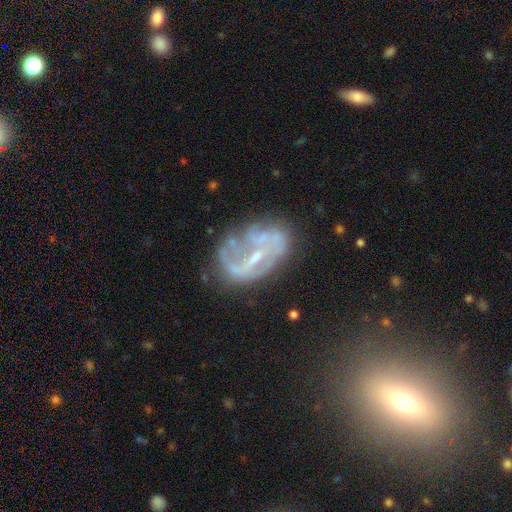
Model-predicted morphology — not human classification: Smooth or featured? featured or disk (74%)
Edge-on disk? no (96%)
Bar? weak (42%)
Spiral arms? yes (57%)
Bulge size? small (58%)
Merging? none (52%)